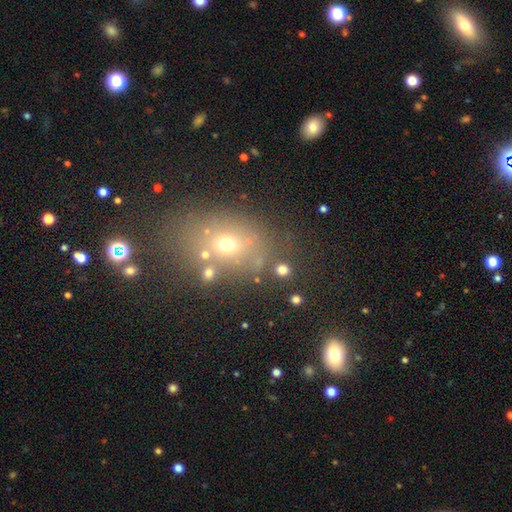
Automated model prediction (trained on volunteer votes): Smooth or featured? smooth (47%)
Merging? none (67%)